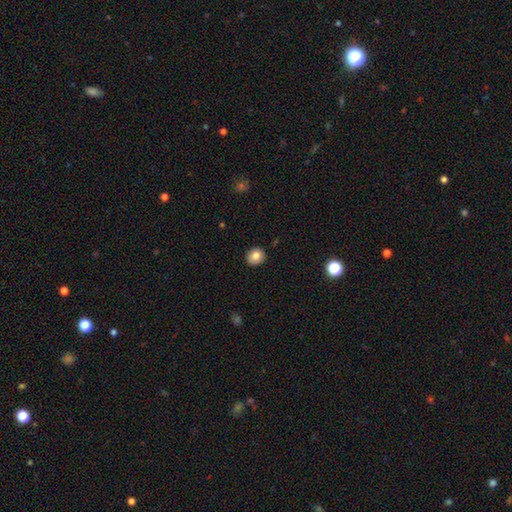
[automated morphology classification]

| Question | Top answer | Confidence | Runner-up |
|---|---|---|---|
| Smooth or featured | smooth | 82% | featured or disk (9%) |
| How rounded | round | 73% | in between (26%) |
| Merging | none | 89% | minor disturbance (8%) |